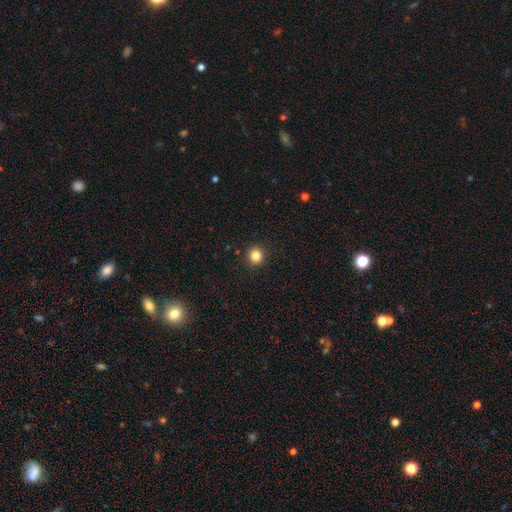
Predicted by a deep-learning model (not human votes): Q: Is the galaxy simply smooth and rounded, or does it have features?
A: smooth — 84%.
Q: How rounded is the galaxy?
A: round — 89%.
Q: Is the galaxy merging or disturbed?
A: none — 91%.